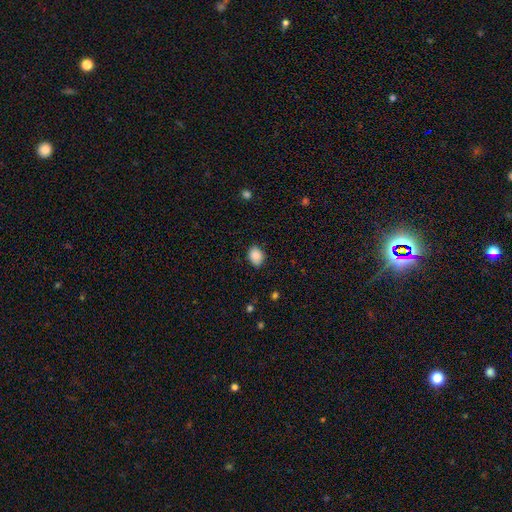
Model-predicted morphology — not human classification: This appears to be a smooth galaxy with no disk features (88%) that is in between round and cigar-shaped (60%). Merging: none (81%).